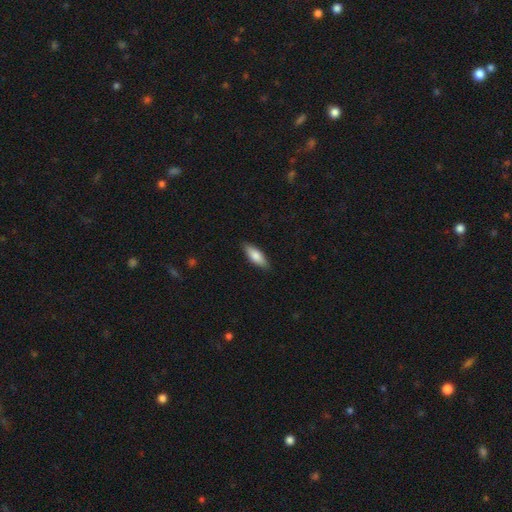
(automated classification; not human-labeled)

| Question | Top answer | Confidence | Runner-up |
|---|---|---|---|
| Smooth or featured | smooth | 76% | featured or disk (18%) |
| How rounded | in between | 62% | cigar-shaped (36%) |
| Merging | none | 87% | minor disturbance (10%) |